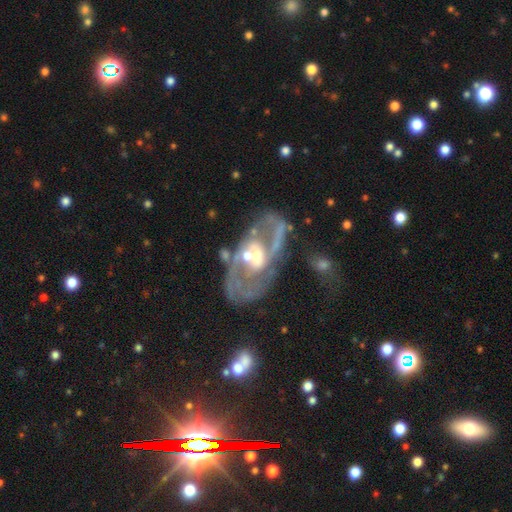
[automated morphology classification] featured or disk 83%, smooth 10%, star or artifact 7%. Down the decision tree: edge-on disk — no (96%); bar — no (45%); spiral arms — yes (76%); spiral arm count — 2 (69%); spiral winding — medium (47%); bulge size — moderate (53%); merging — none (46%).